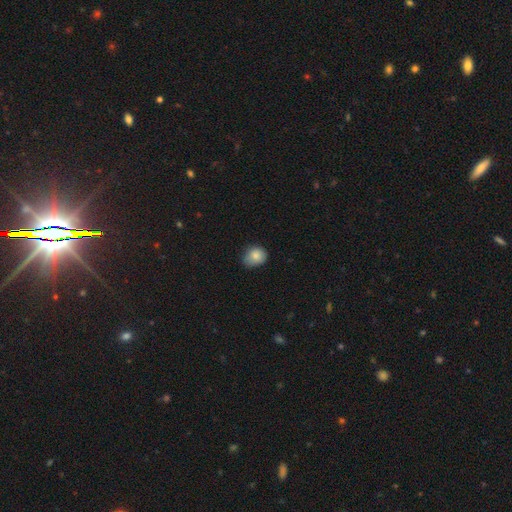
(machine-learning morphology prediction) A smooth galaxy with no disk features (83%) that is round (59%).

Vote fractions:
- Smooth or featured? smooth: 83% / star or artifact: 9% / featured or disk: 8%
- How rounded? round: 59% / in between: 40% / cigar-shaped: 1%
- Merging? none: 56% / minor disturbance: 36% / major disturbance: 6% / merger: 2%